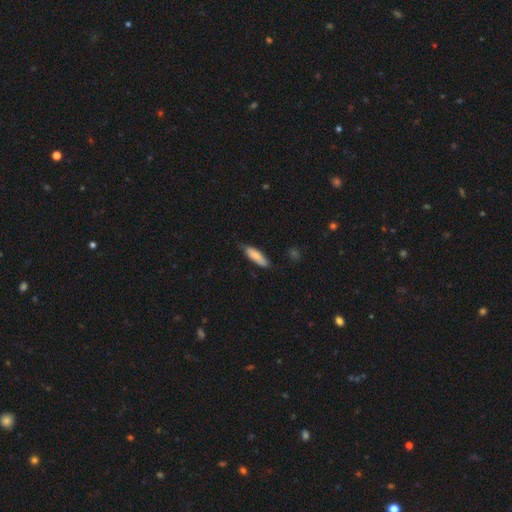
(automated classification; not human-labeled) Overall: smooth (80%). How rounded: cigar-shaped (55%; in between 44%). Merging: none (69%).